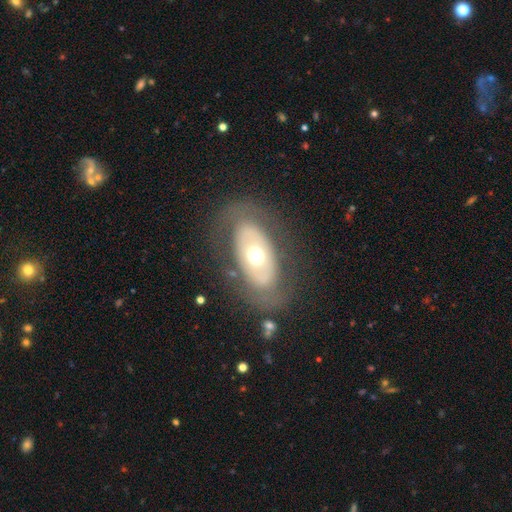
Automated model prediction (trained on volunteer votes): Smooth or featured?
  - featured or disk: 54% *
  - smooth: 40%
  - star or artifact: 7%
Edge-on disk?
  - no: 88% *
  - yes: 12%
Merging?
  - none: 76% *
  - minor disturbance: 13%
  - major disturbance: 9%
  - merger: 2%